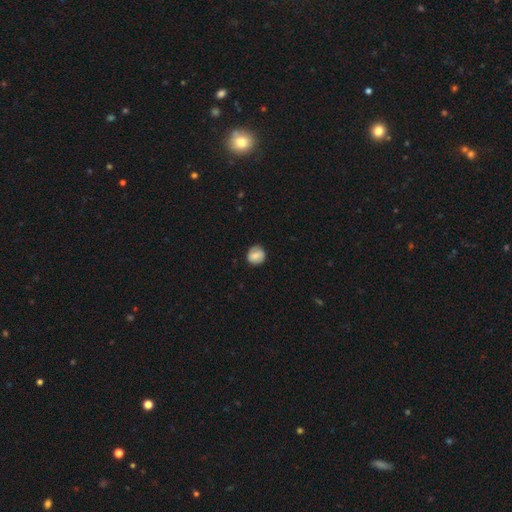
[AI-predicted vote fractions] Morphology: type=smooth (73%); roundness=round (85%); merging=none (80%).